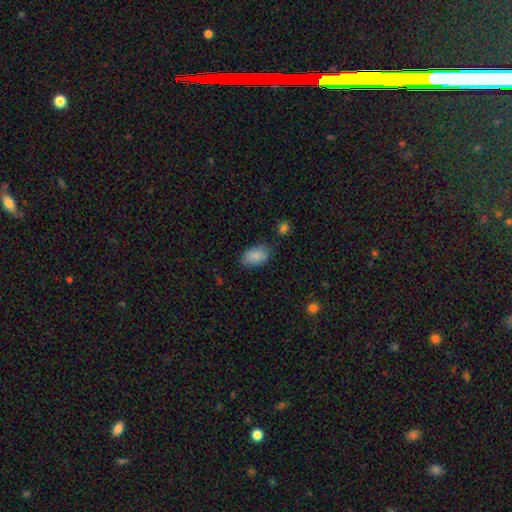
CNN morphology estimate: This is clearly a smooth galaxy (86%). How rounded: clearly in between (90%). Merging: likely none (72%).